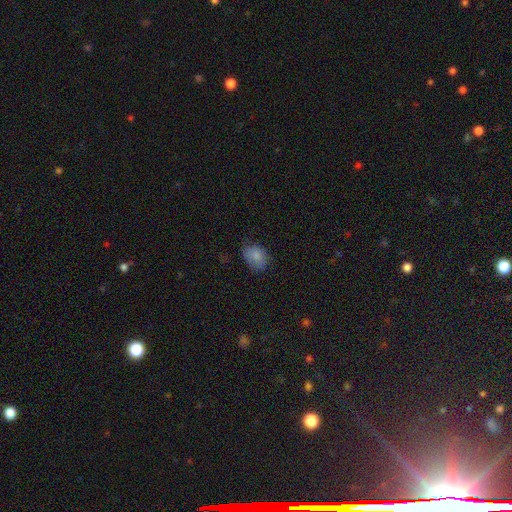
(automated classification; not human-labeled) smooth 84%, star or artifact 9%, featured or disk 7%. Down the decision tree: how rounded — in between (73%); merging — none (66%).